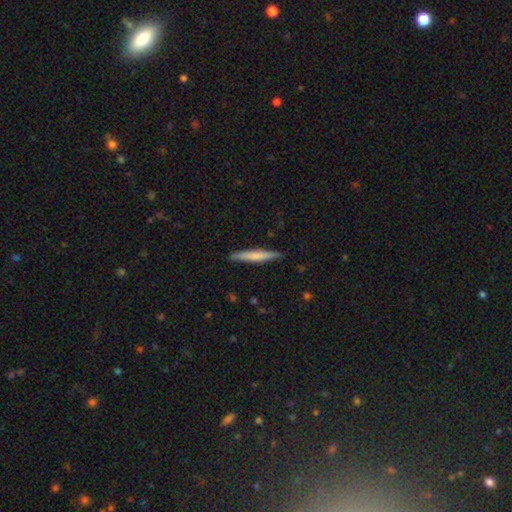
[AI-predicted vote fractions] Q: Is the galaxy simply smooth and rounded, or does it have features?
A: smooth — 65%.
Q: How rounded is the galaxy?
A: cigar-shaped — 95%.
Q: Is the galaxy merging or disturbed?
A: none — 89%.